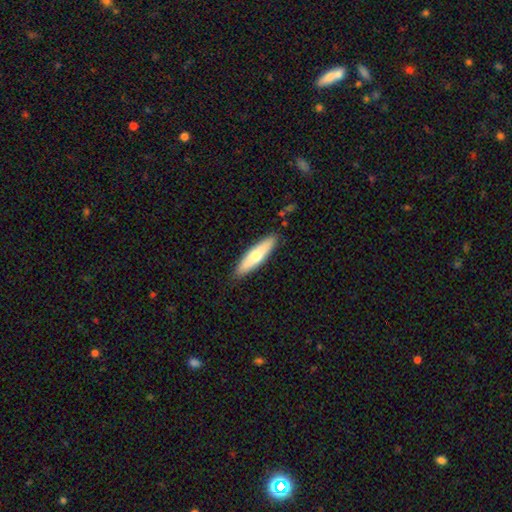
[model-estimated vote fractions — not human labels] smooth-or-featured: smooth: 60% | featured or disk: 34% | star or artifact: 5%
  how-rounded: cigar-shaped: 75% | in between: 23% | round: 2%
  merging: none: 88% | minor disturbance: 9% | major disturbance: 2% | merger: 1%